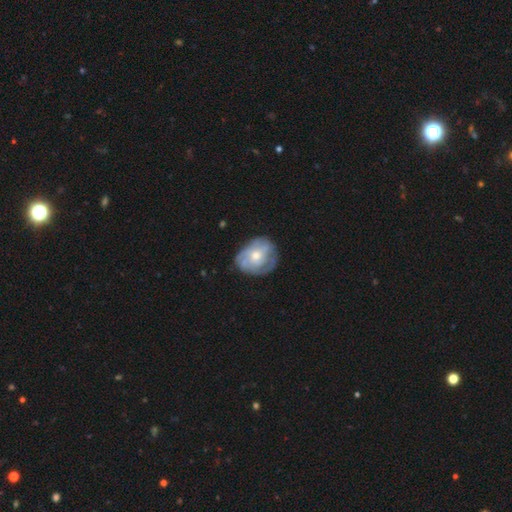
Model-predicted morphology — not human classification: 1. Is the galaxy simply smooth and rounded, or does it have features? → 65% featured or disk, 29% smooth, 6% star or artifact.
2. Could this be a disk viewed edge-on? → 97% no, 3% yes.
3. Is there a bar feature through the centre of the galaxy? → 80% no, 17% weak, 3% strong.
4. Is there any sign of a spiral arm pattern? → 73% yes, 27% no.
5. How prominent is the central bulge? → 61% moderate, 32% small, 5% large, 1% none, 1% dominant.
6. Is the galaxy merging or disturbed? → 67% none, 22% minor disturbance, 9% major disturbance, 1% merger.